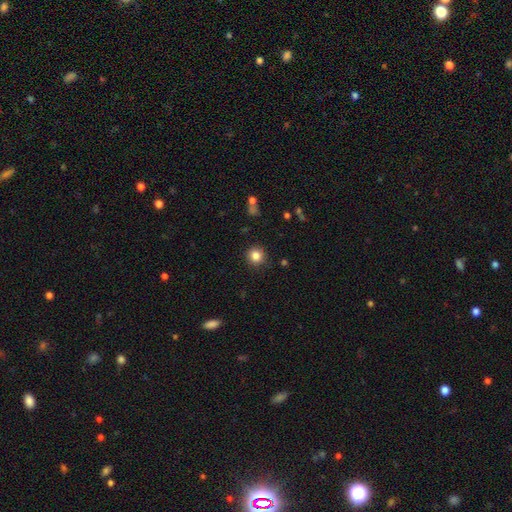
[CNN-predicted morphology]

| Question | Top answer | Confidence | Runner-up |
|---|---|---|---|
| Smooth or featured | smooth | 83% | star or artifact (12%) |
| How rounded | round | 93% | in between (6%) |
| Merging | none | 90% | minor disturbance (7%) |